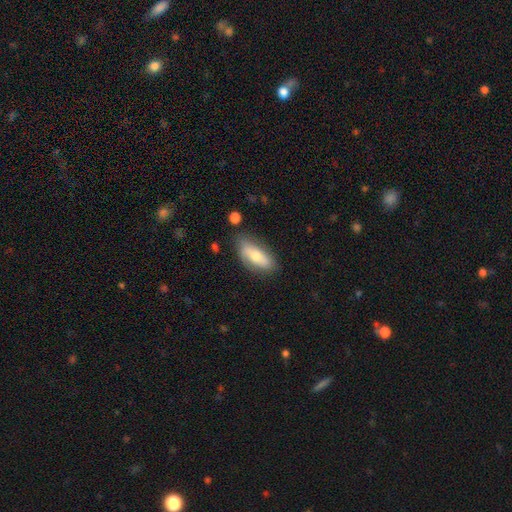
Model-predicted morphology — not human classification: This is likely a smooth galaxy (63%). How rounded: likely in between (78%). Merging: likely none (76%).